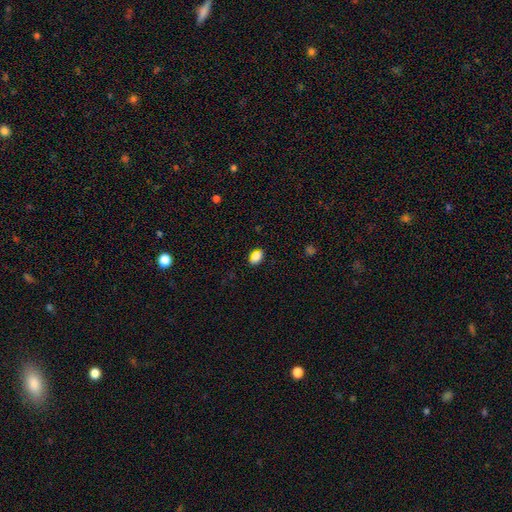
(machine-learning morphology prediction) smooth-or-featured: smooth: 77% | star or artifact: 16% | featured or disk: 7%
  how-rounded: in between: 80% | round: 17% | cigar-shaped: 4%
  merging: none: 85% | minor disturbance: 11% | major disturbance: 3% | merger: 2%